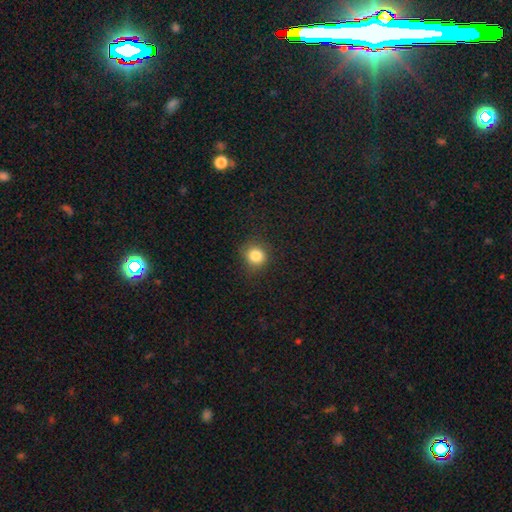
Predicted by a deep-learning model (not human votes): smooth-or-featured: smooth: 83% | star or artifact: 12% | featured or disk: 5%
  how-rounded: round: 86% | in between: 13% | cigar-shaped: 1%
  merging: none: 83% | minor disturbance: 12% | major disturbance: 4% | merger: 1%